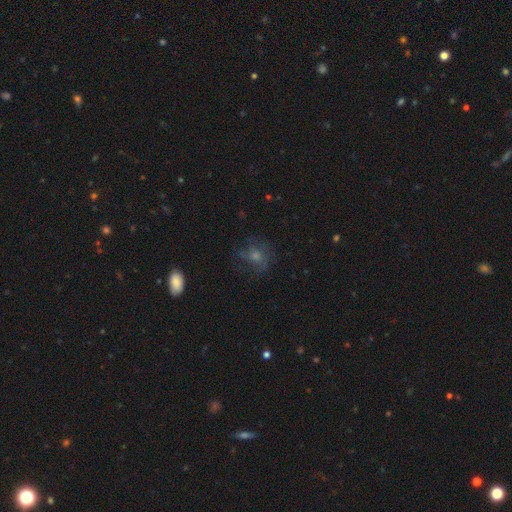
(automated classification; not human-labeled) The model was most divided on "smooth or featured": featured or disk: 38%, smooth: 37%, star or artifact: 25%. More confident: merging — none (65%).